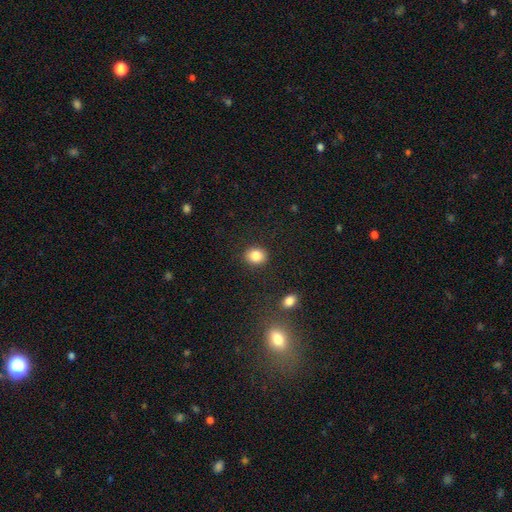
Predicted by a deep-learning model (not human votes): Q: Smooth or featured?
A: smooth (84%); runner-up: star or artifact (10%)
Q: How rounded?
A: round (63%); runner-up: in between (36%)
Q: Merging?
A: none (89%); runner-up: minor disturbance (7%)